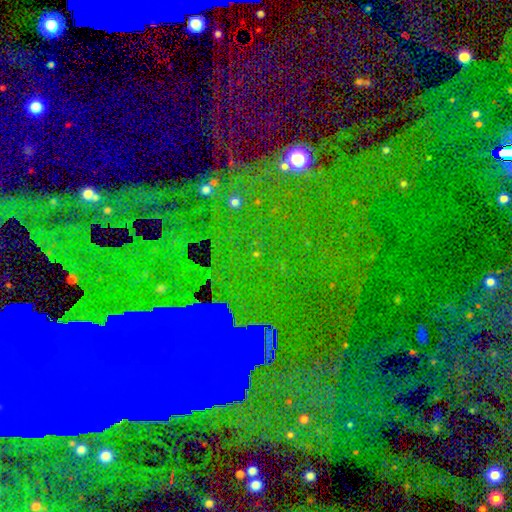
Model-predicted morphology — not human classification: A star or artifact, not a galaxy (74%).